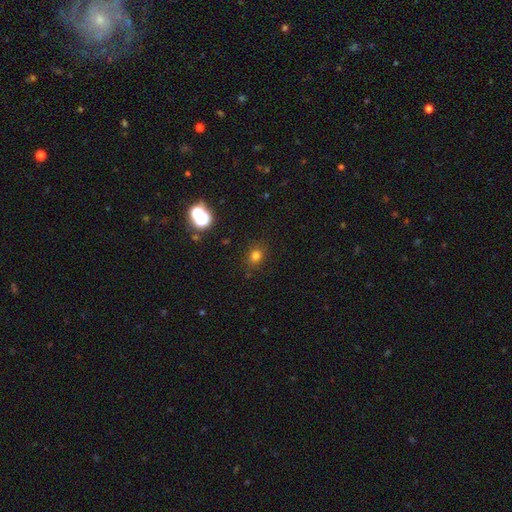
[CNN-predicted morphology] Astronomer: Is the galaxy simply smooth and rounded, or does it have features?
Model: smooth — 76%.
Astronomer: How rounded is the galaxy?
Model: round — 65%.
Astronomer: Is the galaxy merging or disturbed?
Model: none — 85%.